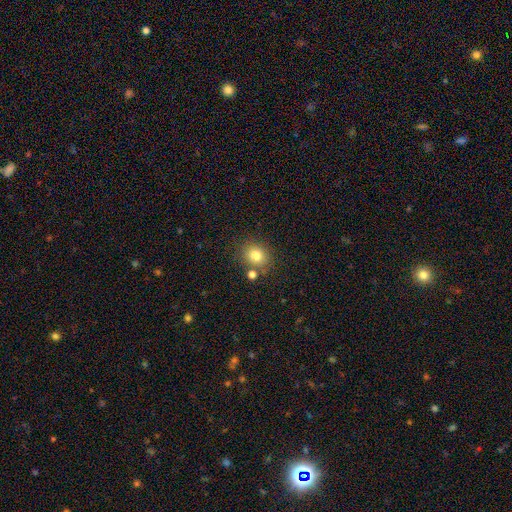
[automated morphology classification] The model was most divided on "how rounded": round: 74%, in between: 25%, cigar-shaped: 1%. More confident: smooth or featured — smooth (80%); merging — none (76%).